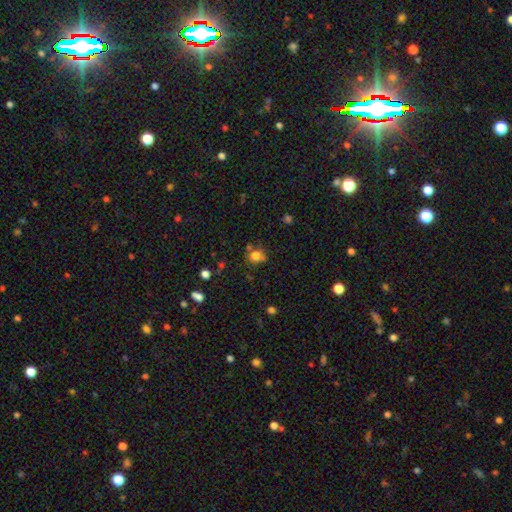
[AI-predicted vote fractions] Smooth or featured?
  - smooth: 77% *
  - star or artifact: 15%
  - featured or disk: 8%
How rounded?
  - round: 80% *
  - in between: 19%
  - cigar-shaped: 1%
Merging?
  - none: 62% *
  - merger: 17%
  - minor disturbance: 16%
  - major disturbance: 6%